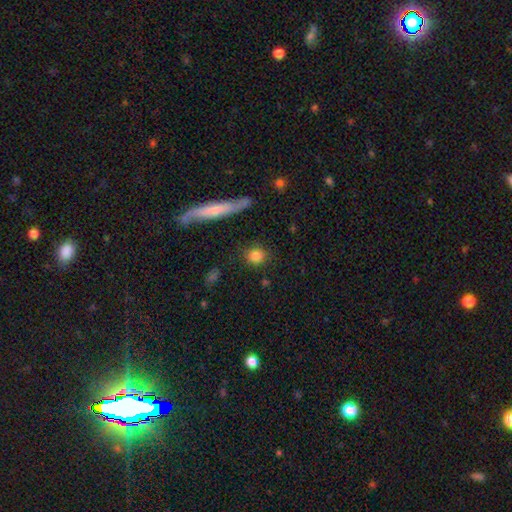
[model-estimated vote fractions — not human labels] Smooth or featured? smooth (82%)
How rounded? round (84%)
Merging? none (85%)